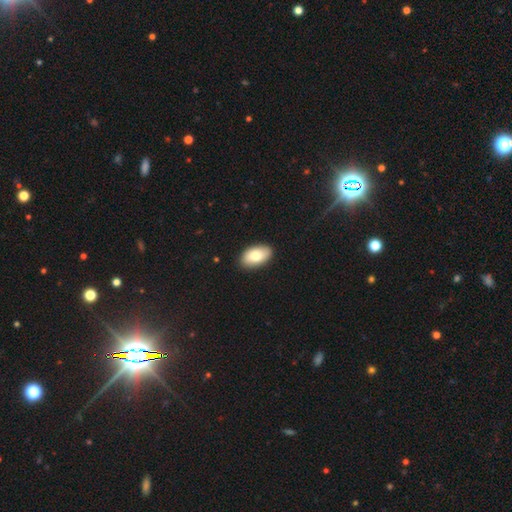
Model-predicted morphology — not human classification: A smooth galaxy with no disk features (79%) that is in between round and cigar-shaped (94%).

Vote fractions:
- Smooth or featured? smooth: 79% / featured or disk: 15% / star or artifact: 6%
- How rounded? in between: 94% / round: 5% / cigar-shaped: 2%
- Merging? none: 89% / minor disturbance: 8% / major disturbance: 2% / merger: 1%